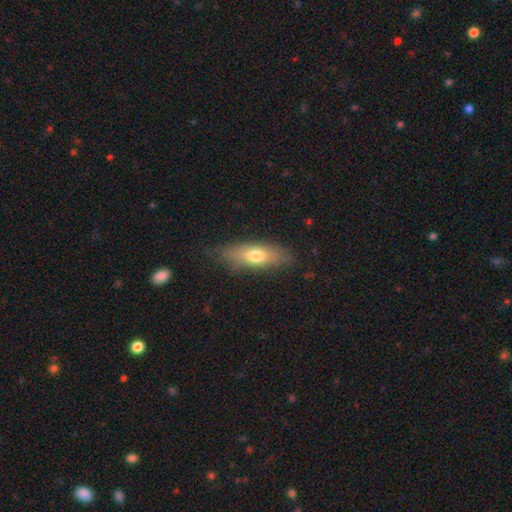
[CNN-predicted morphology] Overall: smooth (69%). How rounded: in between (58%; cigar-shaped 38%). Merging: none (77%).